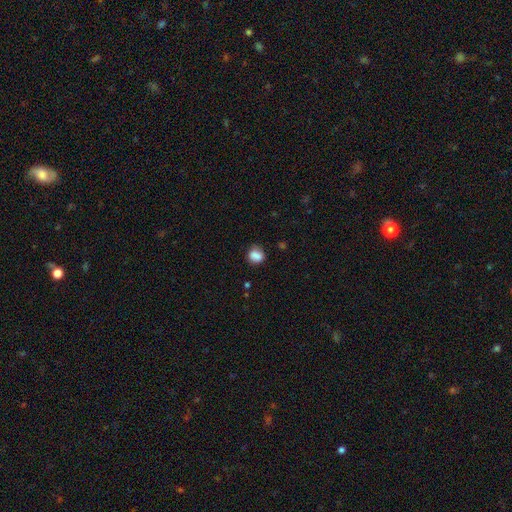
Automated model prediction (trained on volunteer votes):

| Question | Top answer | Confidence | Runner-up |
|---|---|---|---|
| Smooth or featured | smooth | 82% | star or artifact (10%) |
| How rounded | round | 66% | in between (33%) |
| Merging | none | 63% | minor disturbance (22%) |